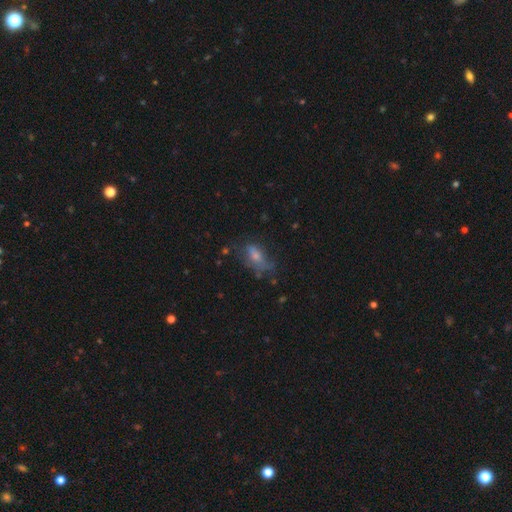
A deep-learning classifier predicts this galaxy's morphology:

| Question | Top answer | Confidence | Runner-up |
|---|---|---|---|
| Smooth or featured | smooth | 62% | featured or disk (26%) |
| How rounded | in between | 82% | cigar-shaped (11%) |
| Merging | none | 43% | minor disturbance (30%) |